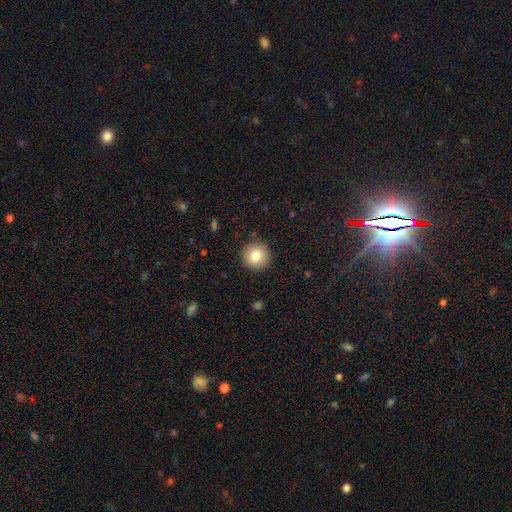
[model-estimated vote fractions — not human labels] Morphology: type=smooth (80%); roundness=round (94%); merging=none (91%).